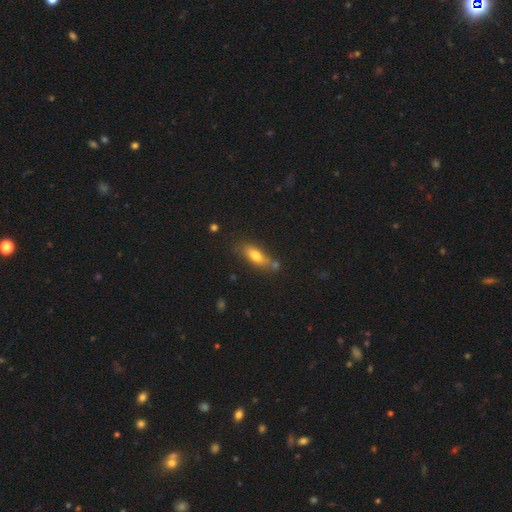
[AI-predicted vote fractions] Smooth or featured? smooth (73%)
How rounded? in between (68%)
Merging? none (61%)